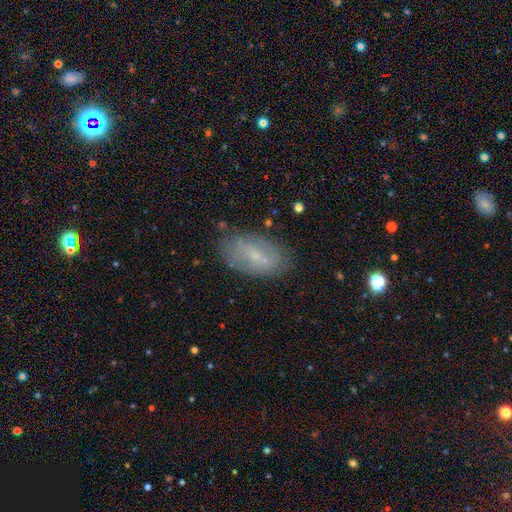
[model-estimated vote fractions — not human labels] Smooth or featured? smooth (50%)
Merging? none (75%)